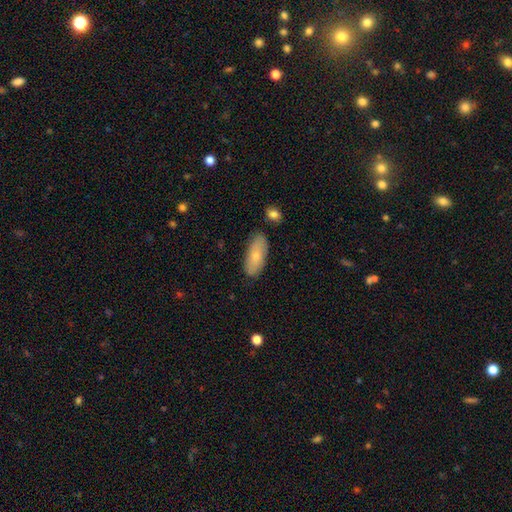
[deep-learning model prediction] The model was most divided on "smooth or featured": smooth: 74%, featured or disk: 20%, star or artifact: 6%. More confident: how rounded — in between (83%); merging — none (81%).